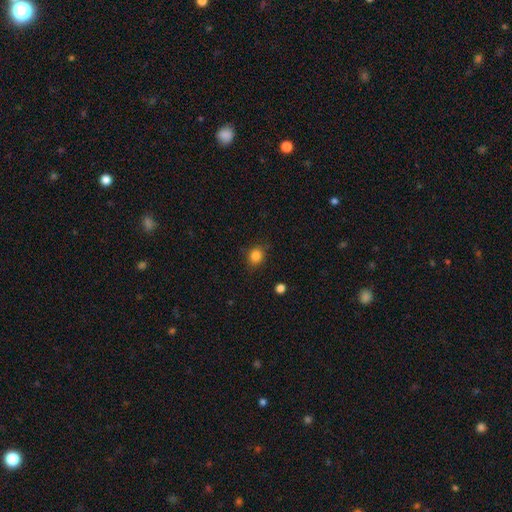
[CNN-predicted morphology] A smooth galaxy with no disk features (85%) that is round (70%).

Vote fractions:
- Smooth or featured? smooth: 85% / star or artifact: 11% / featured or disk: 4%
- How rounded? round: 70% / in between: 29% / cigar-shaped: 1%
- Merging? none: 83% / minor disturbance: 12% / major disturbance: 3% / merger: 2%